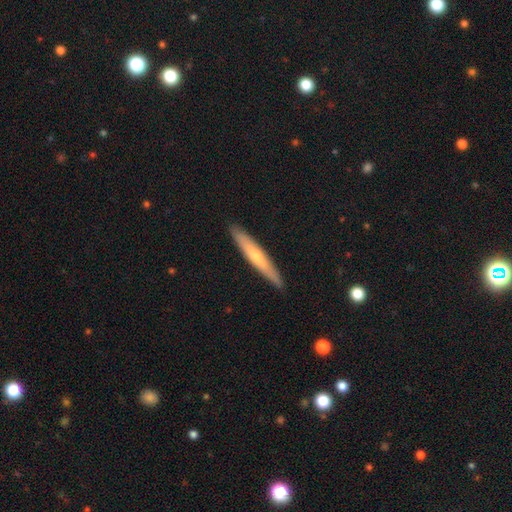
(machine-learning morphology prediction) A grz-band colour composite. It shows a featured or disk galaxy (53%) viewed edge-on (92%). Merging: none (90%).